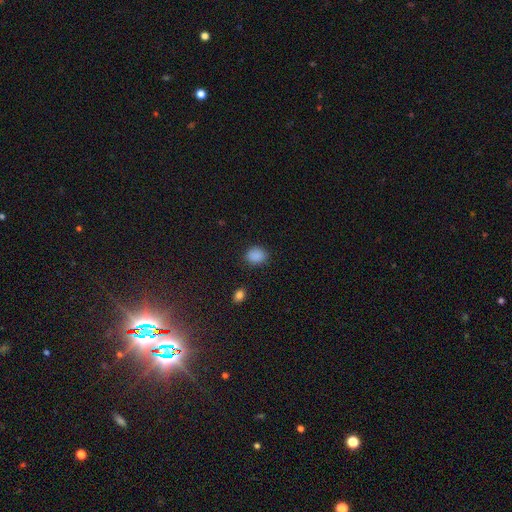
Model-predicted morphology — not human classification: Smooth or featured? smooth (88%)
How rounded? round (57%)
Merging? none (84%)